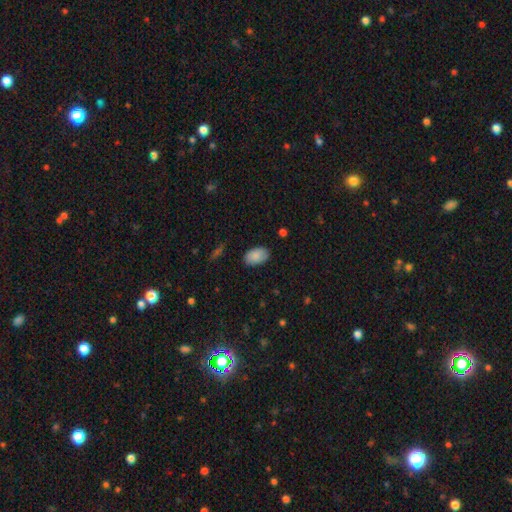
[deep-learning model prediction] smooth-or-featured: smooth: 88% | star or artifact: 6% | featured or disk: 5%
  how-rounded: in between: 93% | round: 6% | cigar-shaped: 1%
  merging: none: 85% | minor disturbance: 12% | major disturbance: 2% | merger: 1%